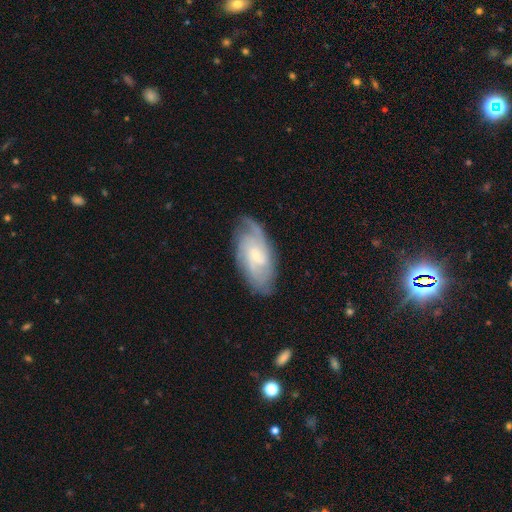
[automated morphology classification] Q: Smooth or featured?
A: featured or disk (77%); runner-up: smooth (17%)
Q: Edge-on disk?
A: no (94%); runner-up: yes (6%)
Q: Bar?
A: no (52%); runner-up: weak (41%)
Q: Spiral arms?
A: yes (94%); runner-up: no (6%)
Q: Spiral winding?
A: tight (51%); runner-up: medium (38%)
Q: Spiral arm count?
A: can't tell (36%); runner-up: 2 (22%)
Q: Bulge size?
A: small (60%); runner-up: moderate (29%)
Q: Merging?
A: none (75%); runner-up: minor disturbance (18%)